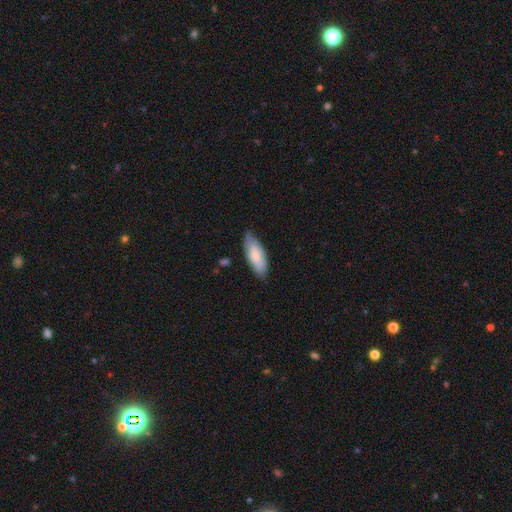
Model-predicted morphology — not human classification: Q: Smooth or featured?
A: smooth (76%); runner-up: featured or disk (19%)
Q: How rounded?
A: in between (75%); runner-up: cigar-shaped (23%)
Q: Merging?
A: none (73%); runner-up: minor disturbance (23%)